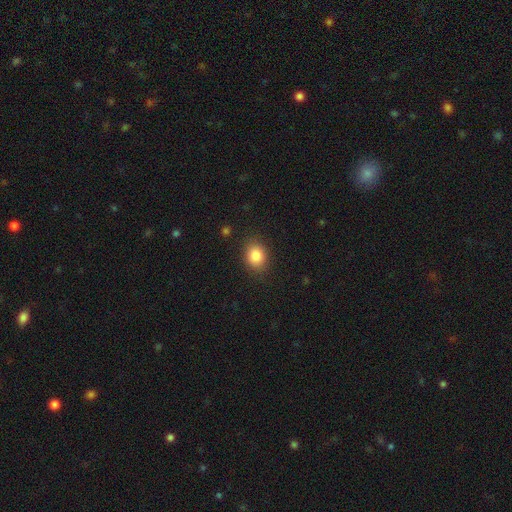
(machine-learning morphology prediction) Smooth or featured?
  - smooth: 85% *
  - star or artifact: 9%
  - featured or disk: 5%
How rounded?
  - in between: 51% *
  - round: 48%
  - cigar-shaped: 1%
Merging?
  - none: 86% *
  - minor disturbance: 10%
  - major disturbance: 3%
  - merger: 1%